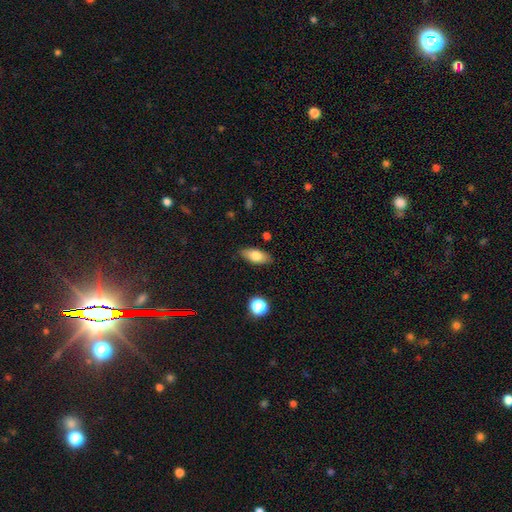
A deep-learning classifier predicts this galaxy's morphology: smooth_or_featured: smooth (p=0.77) [alt: featured or disk p=0.15]
how_rounded: in between (p=0.85) [alt: cigar-shaped p=0.11]
merging: none (p=0.85) [alt: minor disturbance p=0.11]